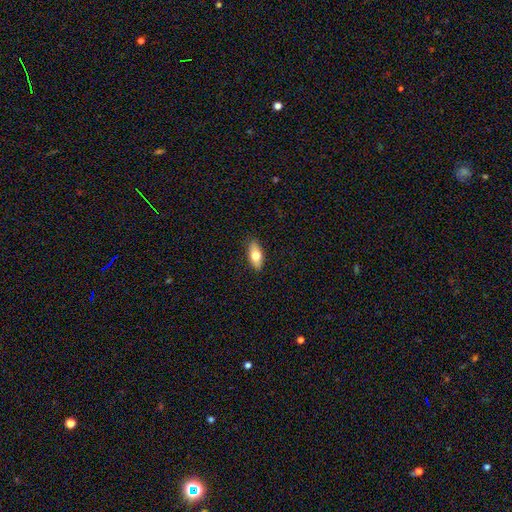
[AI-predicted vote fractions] smooth-or-featured: smooth: 71% | featured or disk: 23% | star or artifact: 6%
  how-rounded: in between: 83% | cigar-shaped: 13% | round: 3%
  merging: none: 88% | minor disturbance: 9% | major disturbance: 2% | merger: 1%